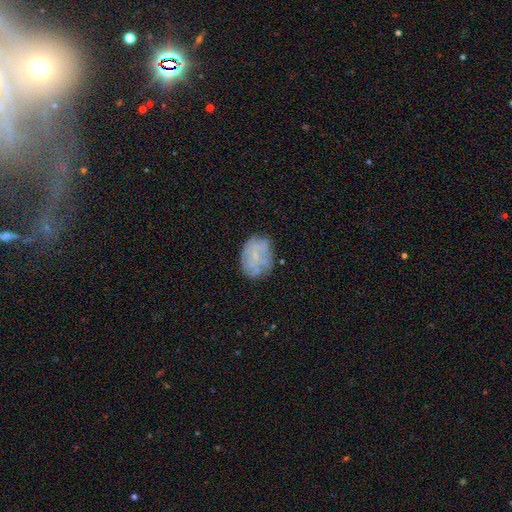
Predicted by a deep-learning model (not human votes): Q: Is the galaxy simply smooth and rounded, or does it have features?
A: featured or disk — 45%.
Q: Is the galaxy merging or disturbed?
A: none — 69%.